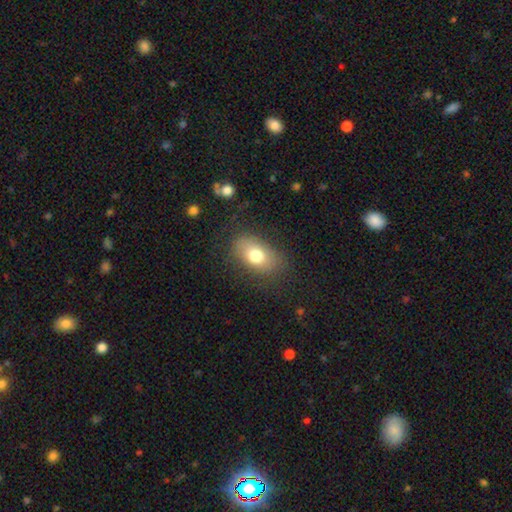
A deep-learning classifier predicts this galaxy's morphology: This is likely a smooth galaxy (74%). How rounded: clearly in between (86%). Merging: likely none (77%).